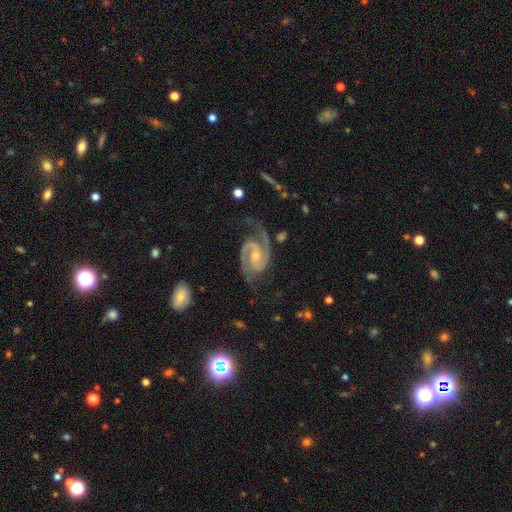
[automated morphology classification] Smooth or featured? featured or disk (93%)
Edge-on disk? no (98%)
Bar? no (46%)
Spiral arms? yes (99%)
Spiral winding? medium (57%)
Spiral arm count? 2 (94%)
Bulge size? small (52%)
Merging? none (71%)